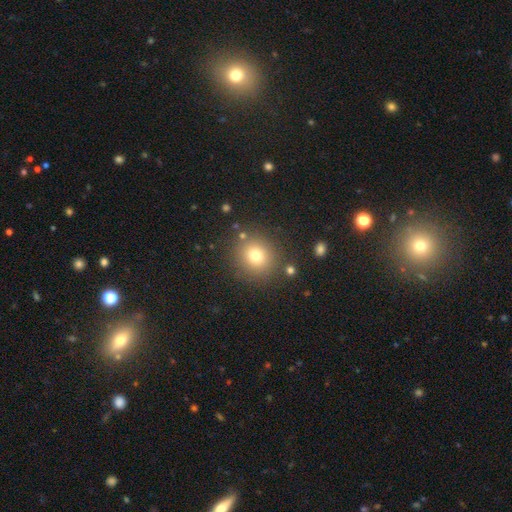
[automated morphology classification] smooth-or-featured: smooth: 75% | star or artifact: 15% | featured or disk: 10%
  how-rounded: round: 87% | in between: 12% | cigar-shaped: 1%
  merging: none: 85% | minor disturbance: 8% | merger: 4% | major disturbance: 3%